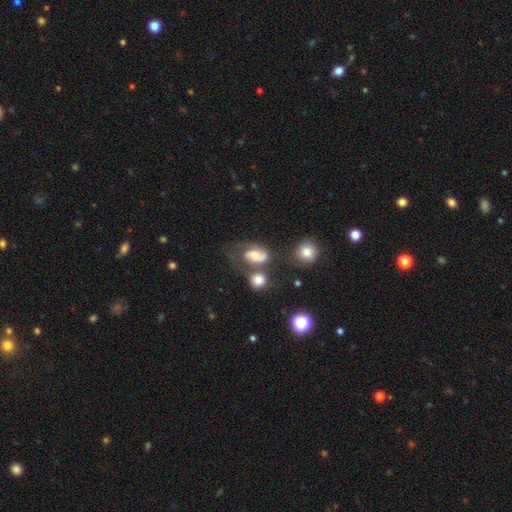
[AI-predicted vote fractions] Smooth or featured? Predicted: smooth (p=0.47). Merging? Predicted: major disturbance (p=0.28, tied with none).